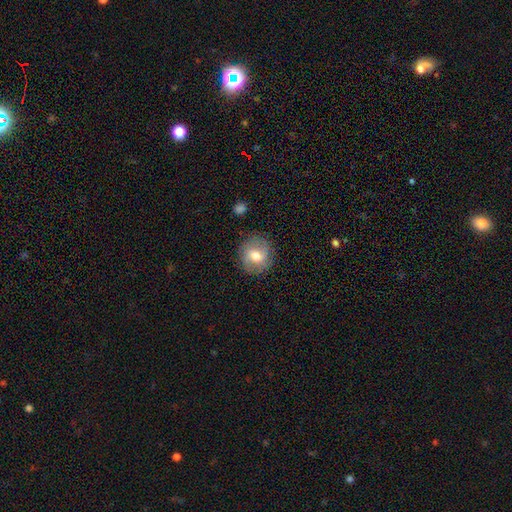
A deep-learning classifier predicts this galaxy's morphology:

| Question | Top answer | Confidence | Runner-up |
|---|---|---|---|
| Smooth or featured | smooth | 52% | featured or disk (40%) |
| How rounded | round | 86% | in between (13%) |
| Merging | none | 84% | minor disturbance (11%) |